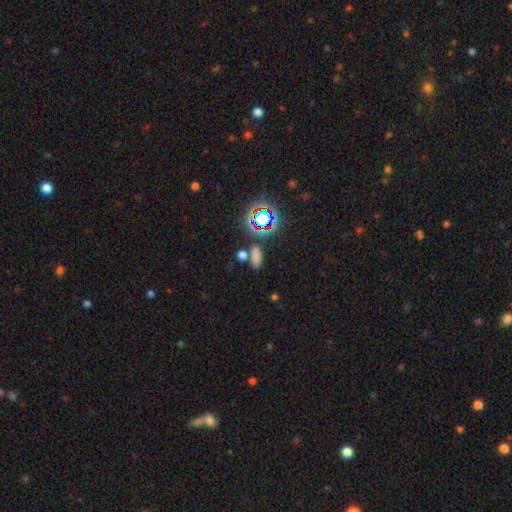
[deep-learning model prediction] Smooth or featured? Predicted: smooth (p=0.66). How rounded? Predicted: in between (p=0.78). Merging? Predicted: none (p=0.67).